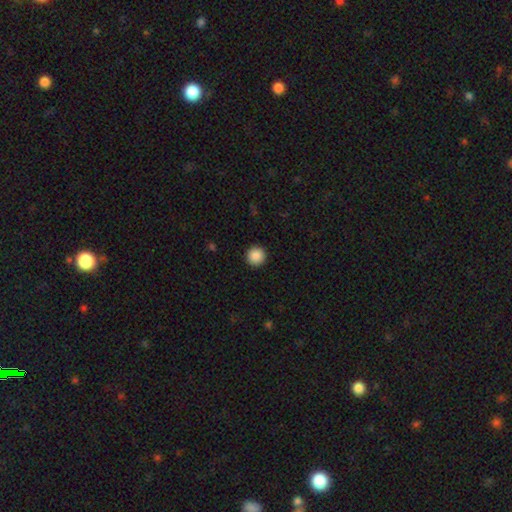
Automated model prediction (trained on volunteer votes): Smooth or featured? smooth (89%)
How rounded? round (96%)
Merging? none (93%)